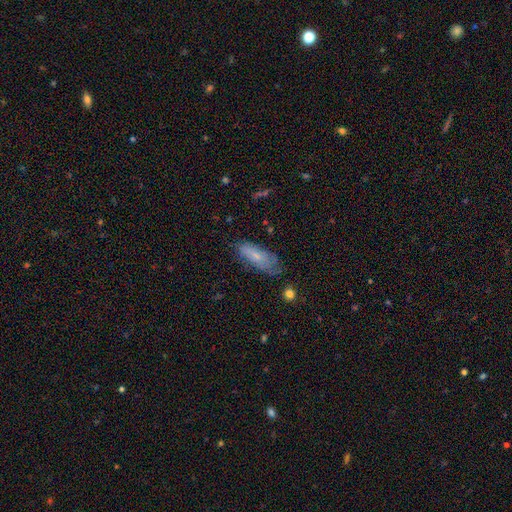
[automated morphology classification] A smooth galaxy with no disk features (59%) that is in between round and cigar-shaped (72%). Merging: none (59%).